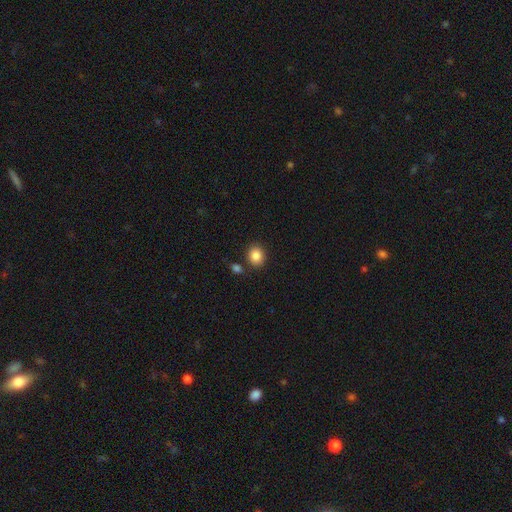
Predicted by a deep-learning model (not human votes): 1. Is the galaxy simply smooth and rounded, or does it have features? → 86% smooth, 9% star or artifact, 4% featured or disk.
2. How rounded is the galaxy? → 66% round, 34% in between, 1% cigar-shaped.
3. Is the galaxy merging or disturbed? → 80% none, 9% minor disturbance, 8% merger, 3% major disturbance.